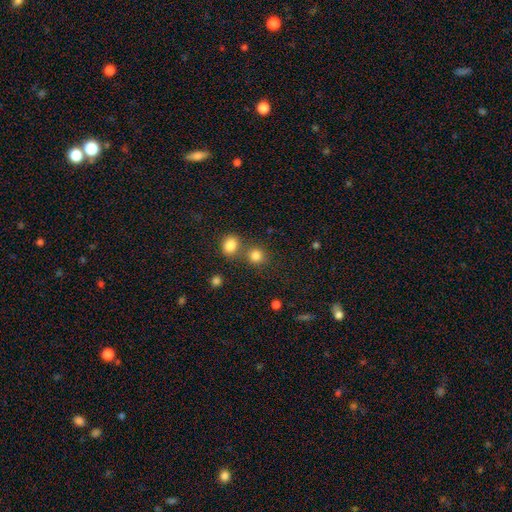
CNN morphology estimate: Smooth or featured: smooth — 82% (star or artifact — 12%)
How rounded: round — 85% (in between — 14%)
Merging: none — 63% (merger — 26%)